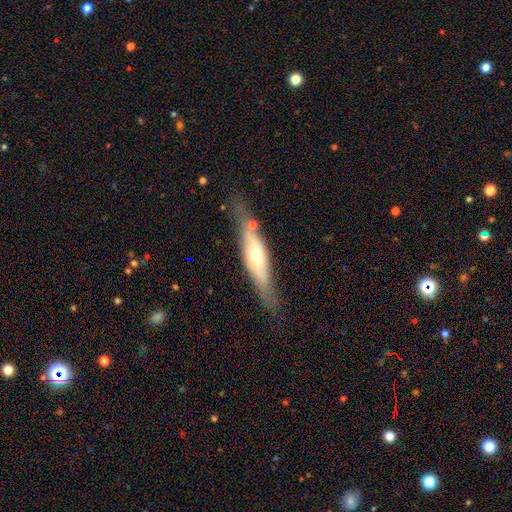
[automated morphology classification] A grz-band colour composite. It shows a featured or disk galaxy (54%) viewed edge-on (70%). Merging: none (70%).